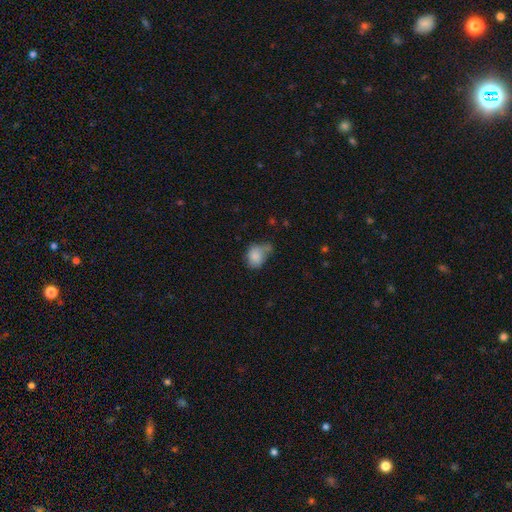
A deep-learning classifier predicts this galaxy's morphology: Smooth or featured: smooth — 83% (star or artifact — 9%)
How rounded: in between — 51% (round — 48%)
Merging: none — 43% (minor disturbance — 31%)